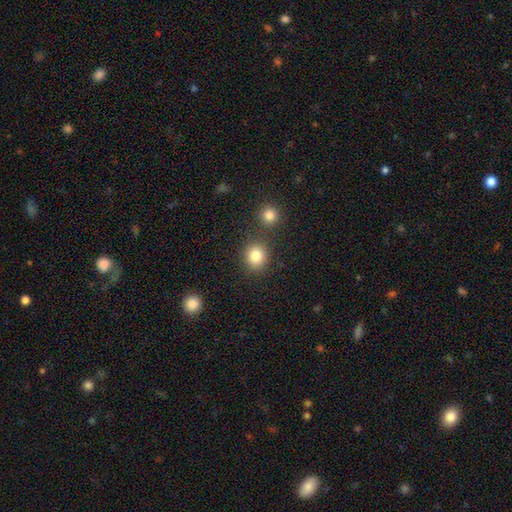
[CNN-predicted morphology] Q: Smooth or featured?
A: smooth (83%); runner-up: star or artifact (11%)
Q: How rounded?
A: round (84%); runner-up: in between (15%)
Q: Merging?
A: none (80%); runner-up: merger (9%)